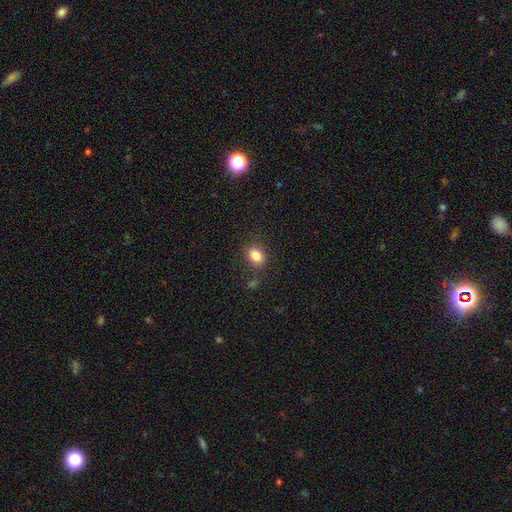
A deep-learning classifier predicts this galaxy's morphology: This is clearly a smooth galaxy (83%). How rounded: likely in between (61%). Merging: clearly none (82%).